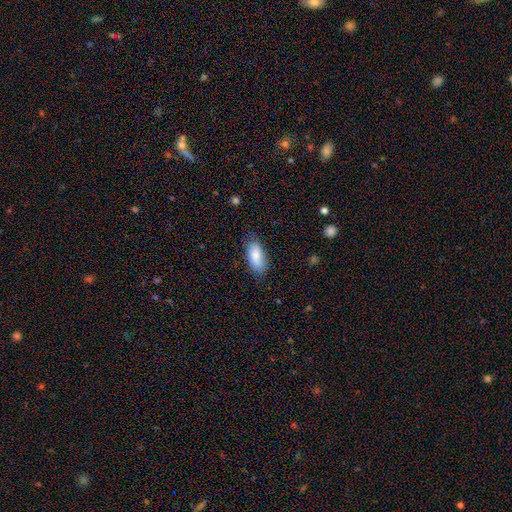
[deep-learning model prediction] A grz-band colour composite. It shows a smooth galaxy with no disk features (84%) that is in between round and cigar-shaped (88%). Merging: none (74%).